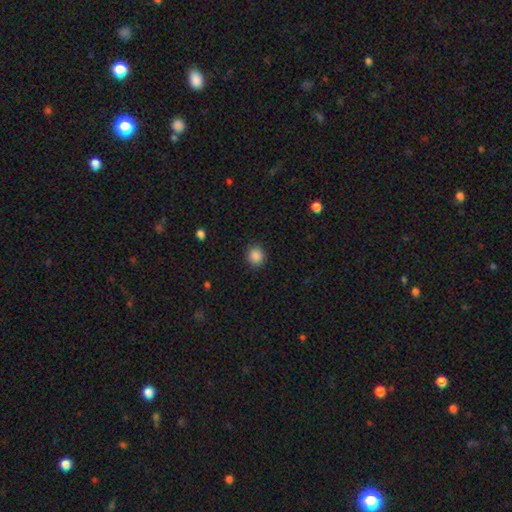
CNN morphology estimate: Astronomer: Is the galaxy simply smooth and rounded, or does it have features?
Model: smooth — 88%.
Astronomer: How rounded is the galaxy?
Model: round — 88%.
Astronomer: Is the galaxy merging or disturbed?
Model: none — 90%.